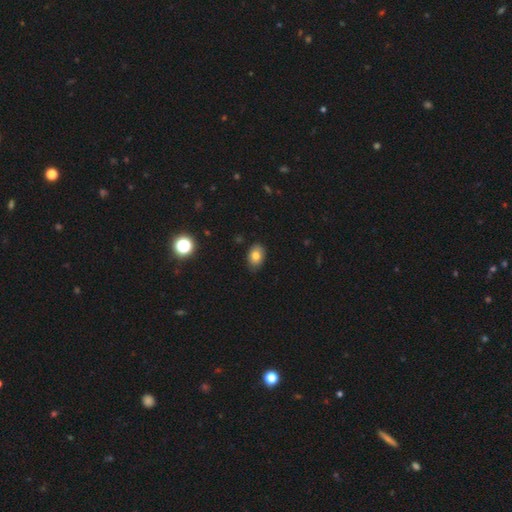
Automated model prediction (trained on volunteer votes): A smooth galaxy with no disk features (81%) that is in between round and cigar-shaped (81%).

Vote fractions:
- Smooth or featured? smooth: 81% / featured or disk: 10% / star or artifact: 10%
- How rounded? in between: 81% / round: 17% / cigar-shaped: 1%
- Merging? none: 85% / minor disturbance: 12% / major disturbance: 2% / merger: 1%